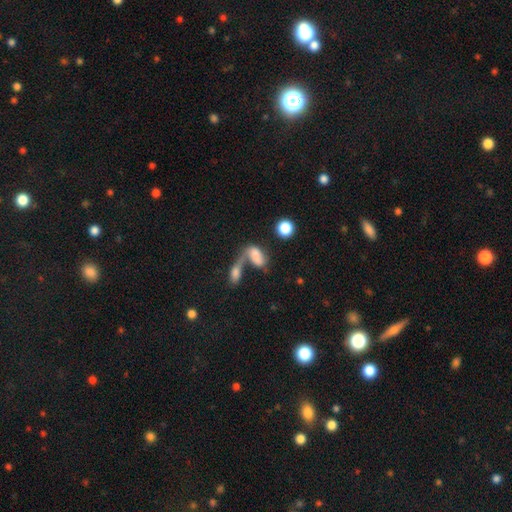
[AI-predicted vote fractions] This is likely a smooth galaxy (69%). How rounded: clearly in between (82%). Merging: likely merger (62%).